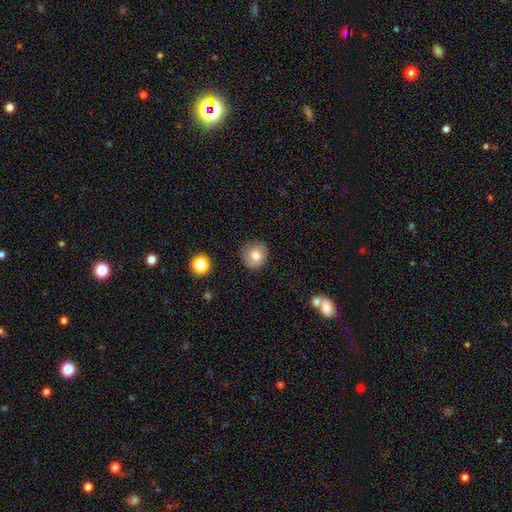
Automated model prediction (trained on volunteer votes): This is likely a smooth galaxy (77%). How rounded: clearly round (90%). Merging: clearly none (85%).